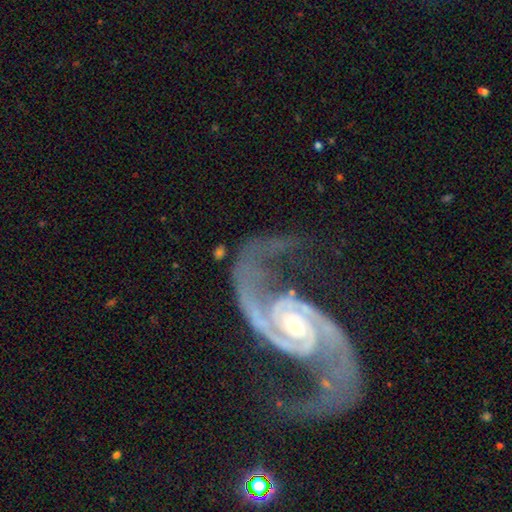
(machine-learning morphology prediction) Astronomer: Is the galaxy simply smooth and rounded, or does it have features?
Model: featured or disk — 94%.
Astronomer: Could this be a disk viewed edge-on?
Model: no — 98%.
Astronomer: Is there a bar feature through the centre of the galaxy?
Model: no — 41% (runner-up: weak, 40%).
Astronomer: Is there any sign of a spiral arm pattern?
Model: yes — 99%.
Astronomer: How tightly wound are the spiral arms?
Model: medium — 57%.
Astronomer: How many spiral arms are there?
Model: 2 — 94%.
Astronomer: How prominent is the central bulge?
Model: moderate — 47% (runner-up: small, 41%).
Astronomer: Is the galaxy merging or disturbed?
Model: none — 68%.